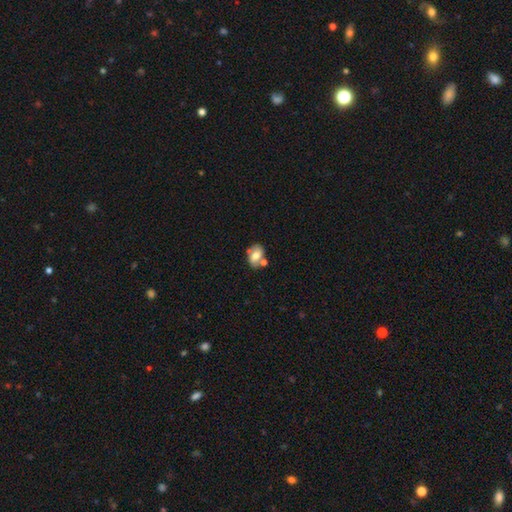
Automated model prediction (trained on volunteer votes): smooth 60%, featured or disk 31%, star or artifact 8%. Down the decision tree: how rounded — in between (77%); merging — none (53%).